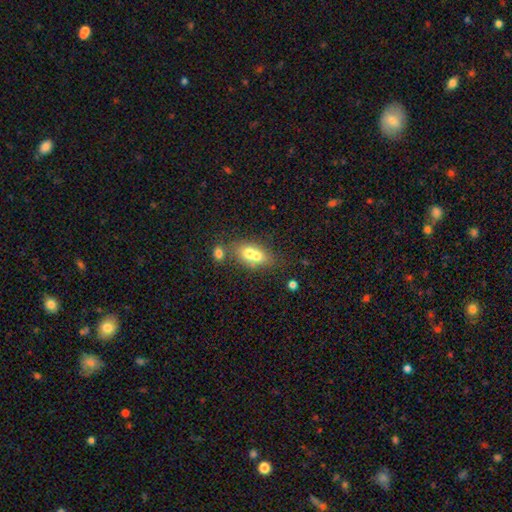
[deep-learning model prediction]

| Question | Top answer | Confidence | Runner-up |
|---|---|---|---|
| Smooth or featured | smooth | 63% | featured or disk (26%) |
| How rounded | in between | 66% | round (30%) |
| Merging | merger | 61% | none (27%) |